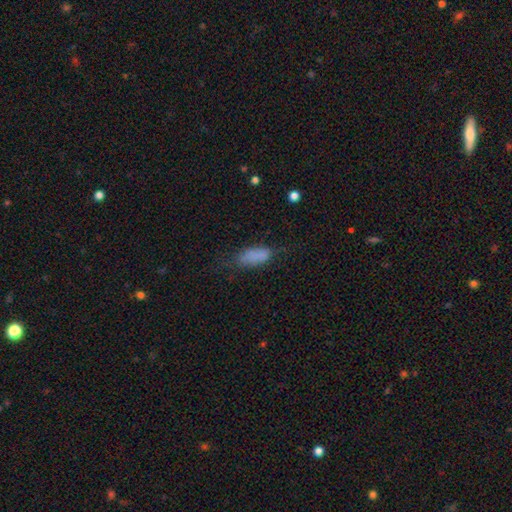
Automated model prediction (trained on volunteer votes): smooth-or-featured: smooth: 80% | star or artifact: 10% | featured or disk: 10%
  how-rounded: in between: 78% | cigar-shaped: 19% | round: 3%
  merging: none: 51% | minor disturbance: 29% | major disturbance: 17% | merger: 3%